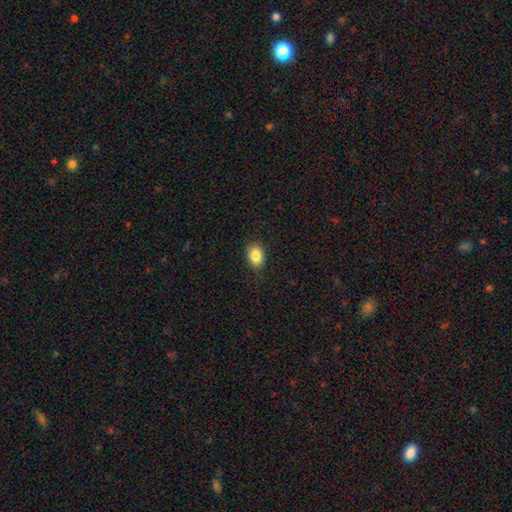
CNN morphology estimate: Smooth or featured: smooth — 85% (star or artifact — 9%)
How rounded: in between — 77% (round — 22%)
Merging: none — 85% (minor disturbance — 11%)